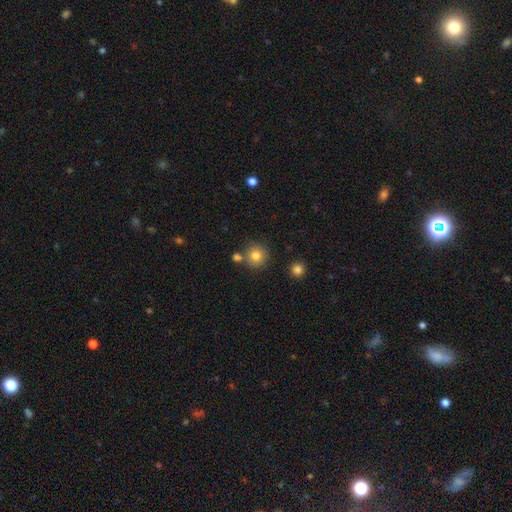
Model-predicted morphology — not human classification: Smooth or featured?
  - smooth: 80% *
  - star or artifact: 12%
  - featured or disk: 8%
How rounded?
  - round: 93% *
  - in between: 6%
  - cigar-shaped: 1%
Merging?
  - none: 75% *
  - merger: 13%
  - minor disturbance: 9%
  - major disturbance: 3%